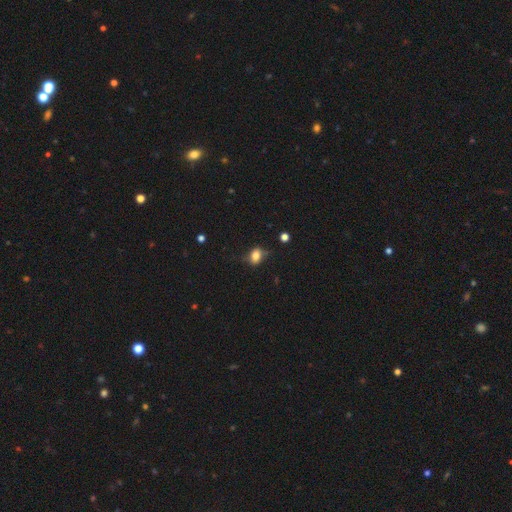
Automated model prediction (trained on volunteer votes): Overall: smooth (75%). How rounded: in between (61%; round 37%). Merging: none (60%; minor disturbance 27%).